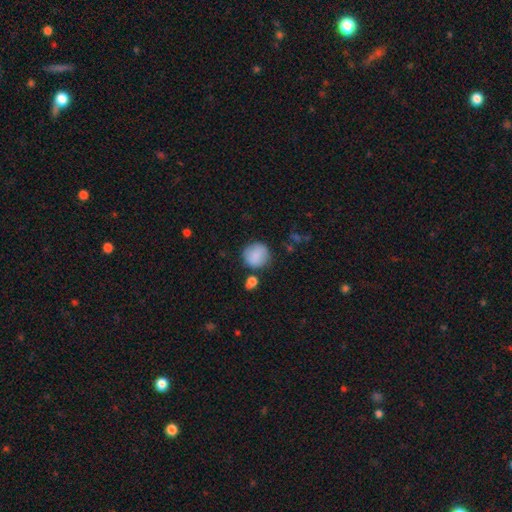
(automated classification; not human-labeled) Smooth or featured? smooth (85%)
How rounded? round (90%)
Merging? none (75%)